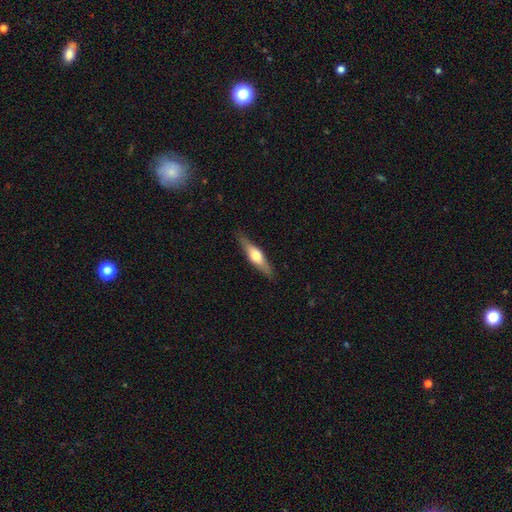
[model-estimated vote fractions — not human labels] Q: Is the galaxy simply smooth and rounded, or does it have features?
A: featured or disk — 52%.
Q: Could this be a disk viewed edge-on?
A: yes — 92%.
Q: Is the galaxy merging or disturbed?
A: none — 87%.